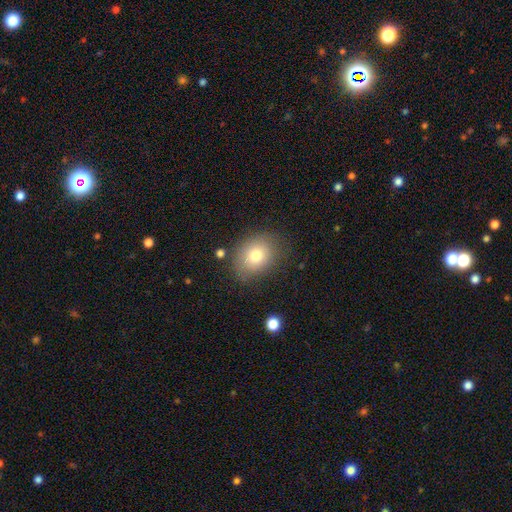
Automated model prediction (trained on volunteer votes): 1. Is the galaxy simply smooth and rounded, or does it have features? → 77% smooth, 13% featured or disk, 10% star or artifact.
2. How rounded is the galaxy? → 56% in between, 43% round, 1% cigar-shaped.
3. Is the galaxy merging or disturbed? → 76% none, 16% minor disturbance, 5% major disturbance, 3% merger.